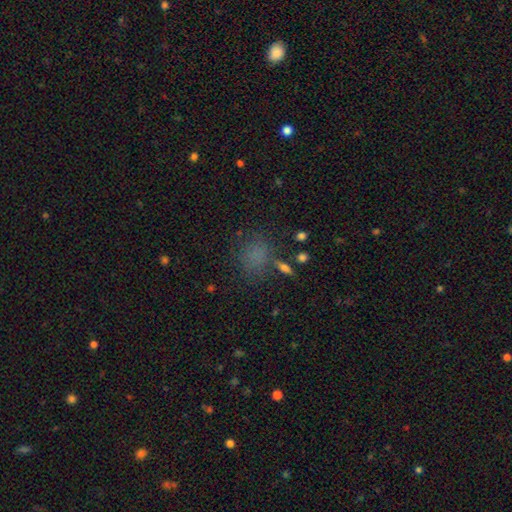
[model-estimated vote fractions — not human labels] Smooth or featured: smooth — 71% (star or artifact — 21%)
How rounded: round — 56% (in between — 43%)
Merging: none — 69% (minor disturbance — 16%)